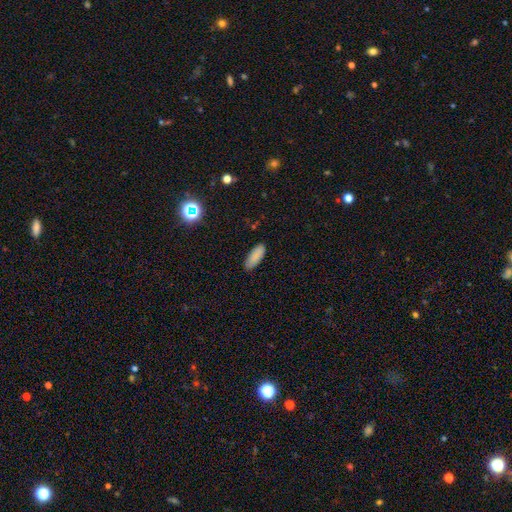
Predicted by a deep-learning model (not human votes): smooth 86%, star or artifact 8%, featured or disk 6%. Down the decision tree: how rounded — in between (75%); merging — none (85%).